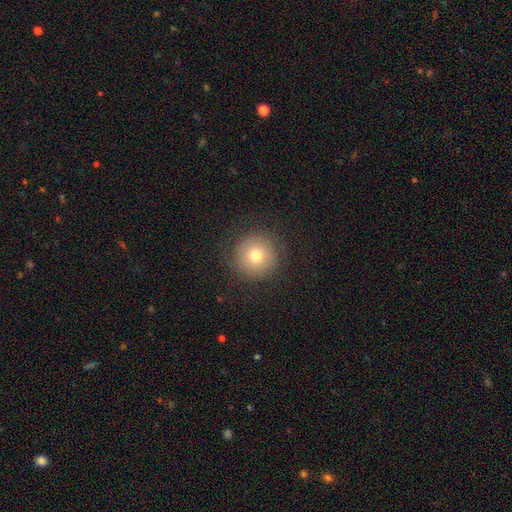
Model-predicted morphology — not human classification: smooth 70%, featured or disk 18%, star or artifact 13%. Down the decision tree: how rounded — round (96%); merging — none (85%).